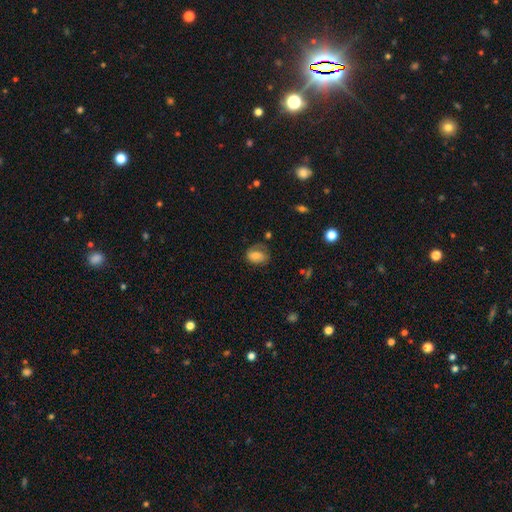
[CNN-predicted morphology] smooth 64%, featured or disk 27%, star or artifact 9%. Down the decision tree: how rounded — in between (72%); merging — none (57%).